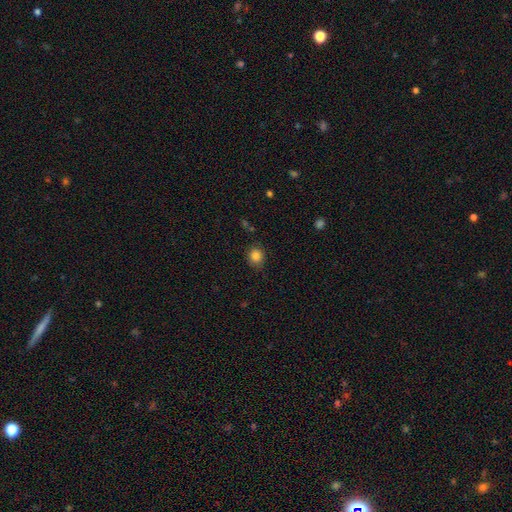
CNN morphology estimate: Smooth or featured?
  - smooth: 84% *
  - star or artifact: 11%
  - featured or disk: 5%
How rounded?
  - round: 74% *
  - in between: 25%
  - cigar-shaped: 1%
Merging?
  - none: 80% *
  - minor disturbance: 15%
  - major disturbance: 3%
  - merger: 2%